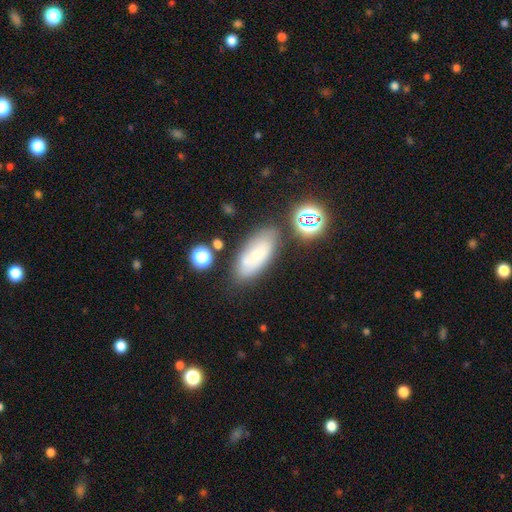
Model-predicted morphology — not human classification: This is possibly a smooth galaxy (59%). How rounded: clearly in between (83%). Merging: likely none (69%).